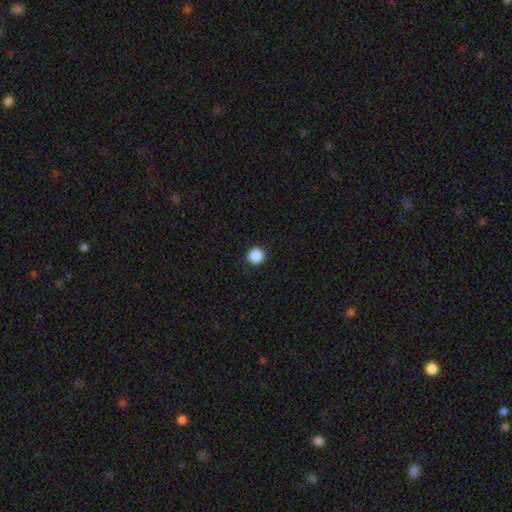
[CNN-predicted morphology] Overall: smooth (88%). How rounded: round (96%). Merging: none (93%).